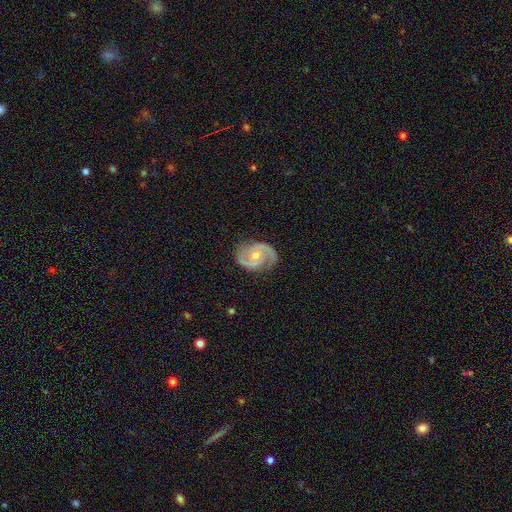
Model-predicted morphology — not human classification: A featured or disk galaxy (89%) with no bar (64%), 2 (92%) medium (56%) spiral arms (97%) and a moderate central bulge (49%). Merging: none (79%).